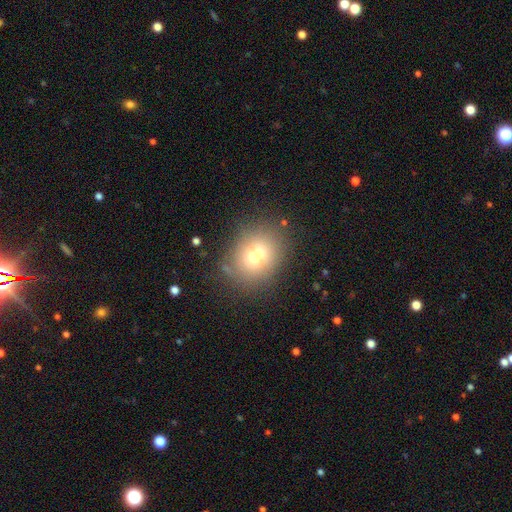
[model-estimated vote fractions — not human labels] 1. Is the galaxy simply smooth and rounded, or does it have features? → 69% smooth, 16% featured or disk, 14% star or artifact.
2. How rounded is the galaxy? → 58% round, 41% in between, 1% cigar-shaped.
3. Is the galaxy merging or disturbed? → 74% none, 16% minor disturbance, 6% major disturbance, 4% merger.